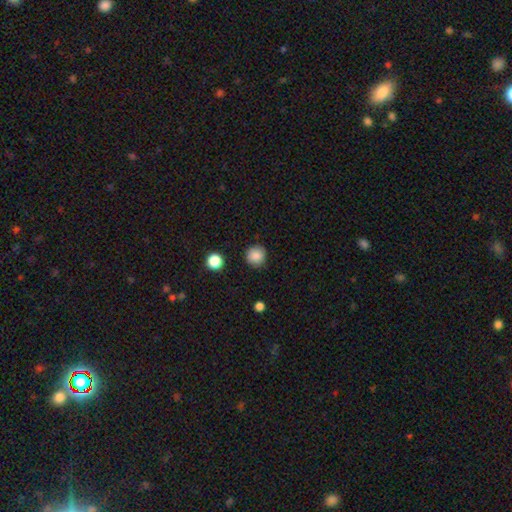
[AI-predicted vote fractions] smooth 86%, star or artifact 10%, featured or disk 4%. Down the decision tree: how rounded — round (94%); merging — none (89%).